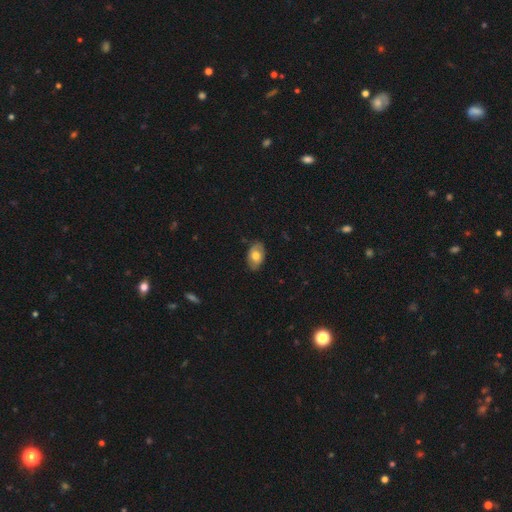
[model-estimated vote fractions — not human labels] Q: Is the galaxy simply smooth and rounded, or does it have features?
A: smooth — 62%.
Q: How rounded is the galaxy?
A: in between — 89%.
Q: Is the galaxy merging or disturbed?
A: none — 79%.